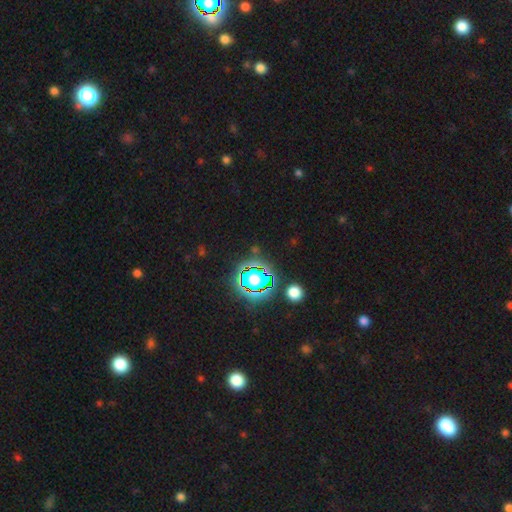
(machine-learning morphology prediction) Smooth or featured: star or artifact — 71% (smooth — 19%)